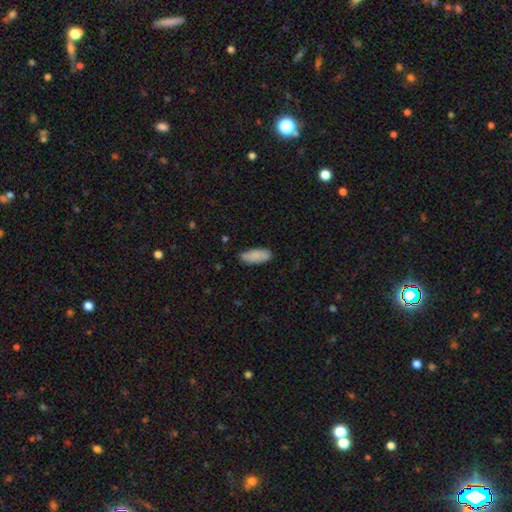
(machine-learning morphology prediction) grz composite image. It shows a smooth galaxy with no disk features (88%) that is in between round and cigar-shaped (80%). Merging: none (80%).